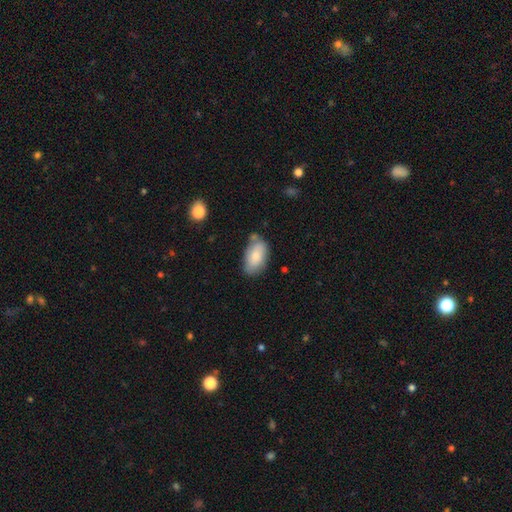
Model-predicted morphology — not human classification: Smooth or featured? Predicted: smooth (p=0.77). How rounded? Predicted: in between (p=0.94). Merging? Predicted: none (p=0.62).